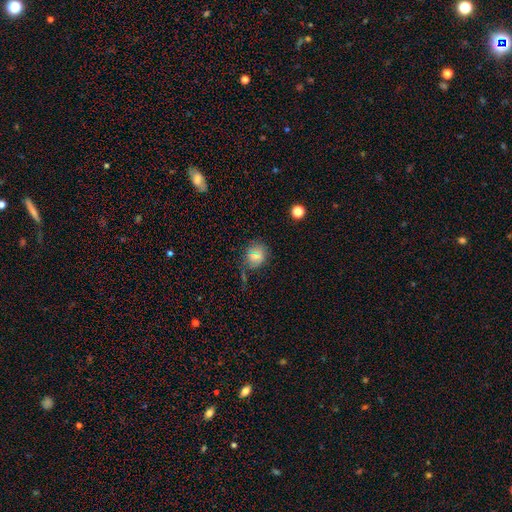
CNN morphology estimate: The model was most divided on "how rounded": round: 66%, in between: 32%, cigar-shaped: 2%. More confident: merging — none (76%); smooth or featured — smooth (66%).